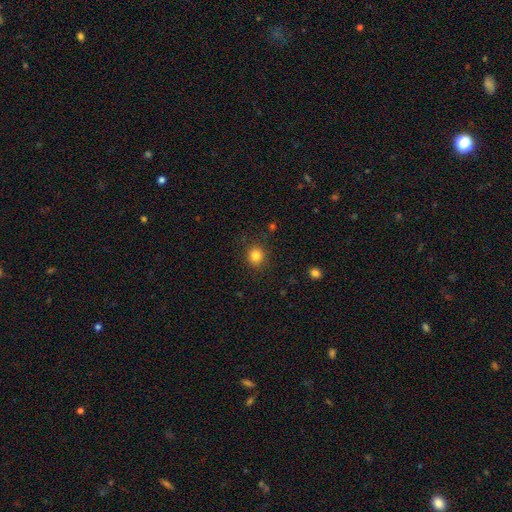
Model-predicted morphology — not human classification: Q: Smooth or featured?
A: smooth (83%); runner-up: star or artifact (12%)
Q: How rounded?
A: round (88%); runner-up: in between (11%)
Q: Merging?
A: none (89%); runner-up: minor disturbance (8%)